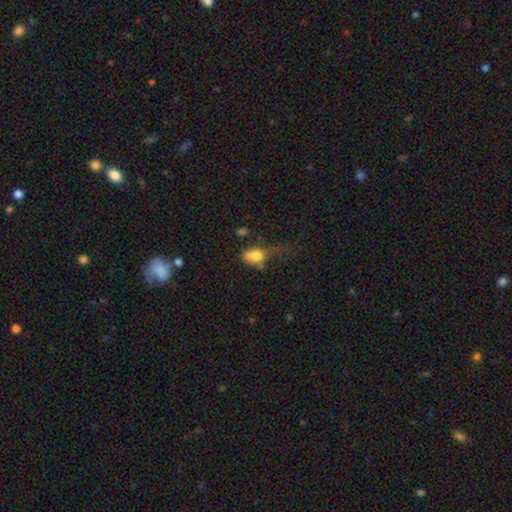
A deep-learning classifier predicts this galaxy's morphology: smooth-or-featured: smooth: 72% | featured or disk: 18% | star or artifact: 11%
  how-rounded: in between: 69% | round: 26% | cigar-shaped: 4%
  merging: major disturbance: 39% | minor disturbance: 26% | none: 23% | merger: 13%